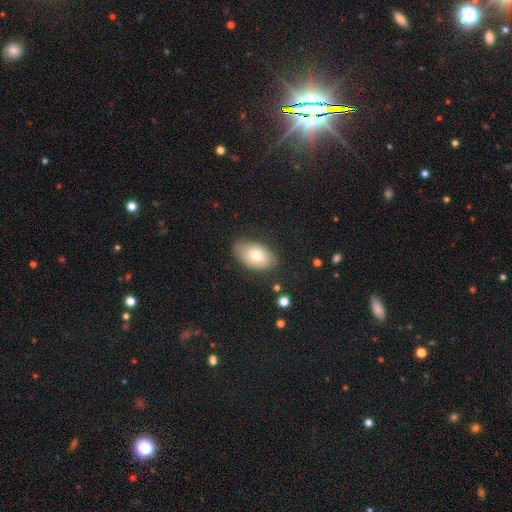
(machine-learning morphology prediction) smooth_or_featured: smooth (p=0.73) [alt: featured or disk p=0.19]
how_rounded: in between (p=0.92) [alt: round p=0.07]
merging: none (p=0.74) [alt: minor disturbance p=0.19]